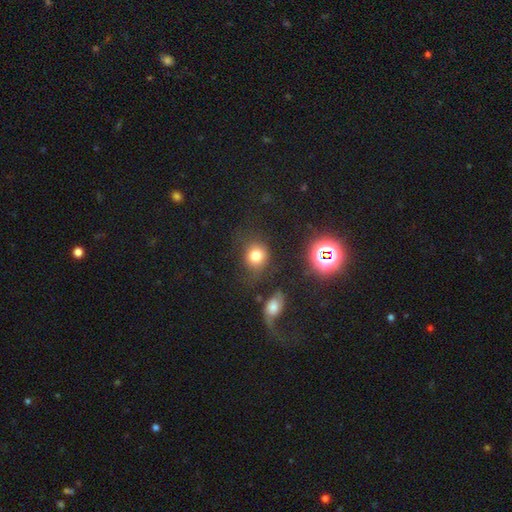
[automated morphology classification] A smooth galaxy with no disk features (77%) that is round (77%).

Vote fractions:
- Smooth or featured? smooth: 77% / star or artifact: 14% / featured or disk: 10%
- How rounded? round: 77% / in between: 22% / cigar-shaped: 1%
- Merging? none: 64% / minor disturbance: 18% / major disturbance: 10% / merger: 7%